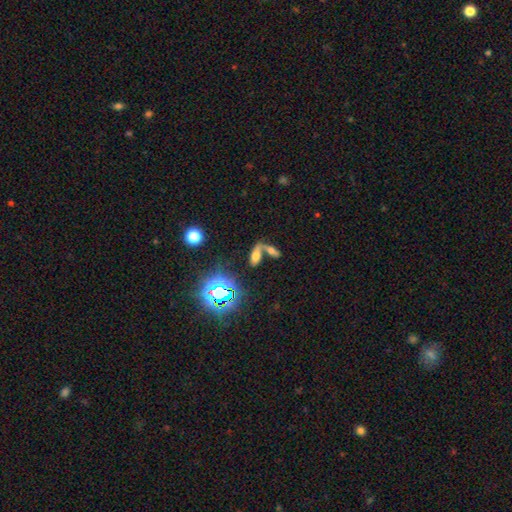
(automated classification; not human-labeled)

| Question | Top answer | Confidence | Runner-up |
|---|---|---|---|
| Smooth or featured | smooth | 51% | featured or disk (25%) |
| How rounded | in between | 70% | cigar-shaped (21%) |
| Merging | merger | 64% | none (23%) |